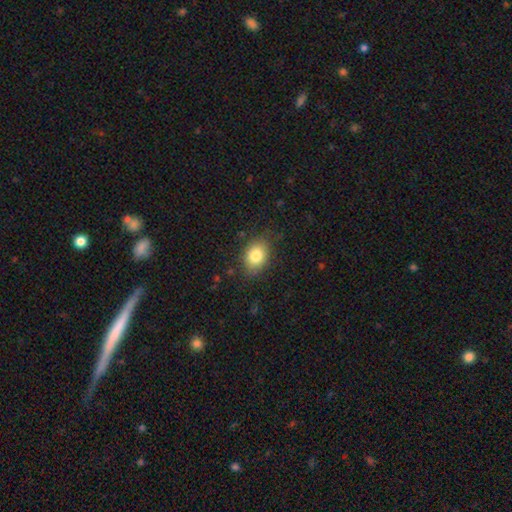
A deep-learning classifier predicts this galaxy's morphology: Smooth or featured?
  - smooth: 82% *
  - featured or disk: 10%
  - star or artifact: 9%
How rounded?
  - in between: 69% *
  - round: 30%
  - cigar-shaped: 1%
Merging?
  - none: 80% *
  - minor disturbance: 15%
  - major disturbance: 4%
  - merger: 1%